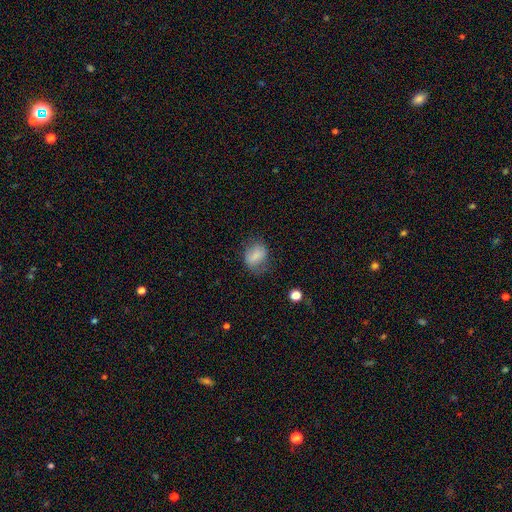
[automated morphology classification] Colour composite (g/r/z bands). It shows a smooth galaxy with no disk features (75%) that is in between round and cigar-shaped (62%). Merging: none (57%).